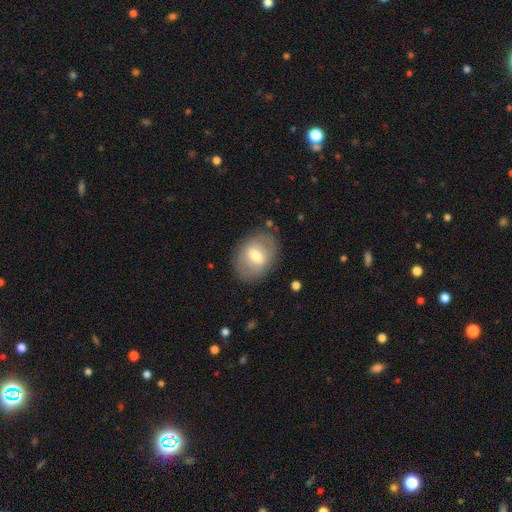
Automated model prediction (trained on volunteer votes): This is possibly a featured or disk galaxy (47%). Merging: likely none (79%).